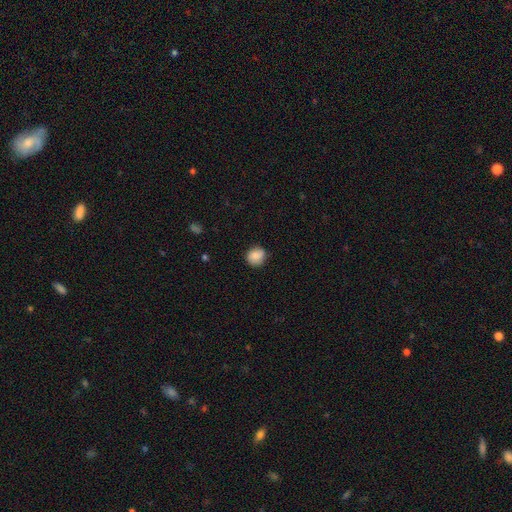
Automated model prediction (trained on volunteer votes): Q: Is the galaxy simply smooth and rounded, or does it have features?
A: smooth — 83%.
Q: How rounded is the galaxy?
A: round — 82%.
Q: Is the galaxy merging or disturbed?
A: none — 80%.